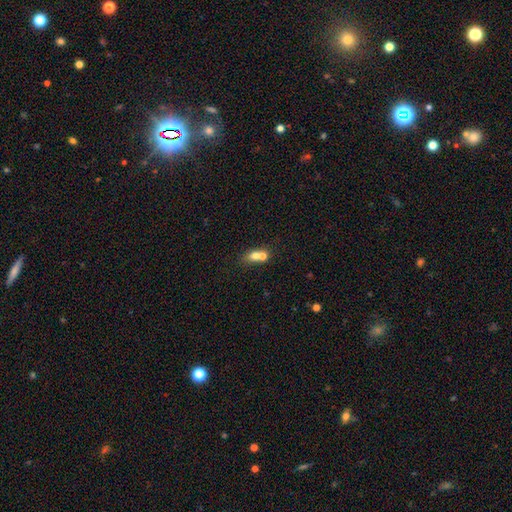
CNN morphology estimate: A smooth galaxy with no disk features (68%) that is in between round and cigar-shaped (50%). Merging: merger (62%).